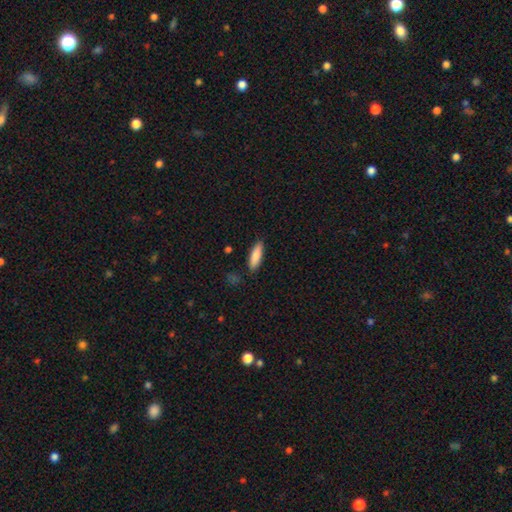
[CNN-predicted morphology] Smooth or featured: smooth — 86% (featured or disk — 8%)
How rounded: cigar-shaped — 50% (in between — 48%)
Merging: none — 86% (minor disturbance — 10%)